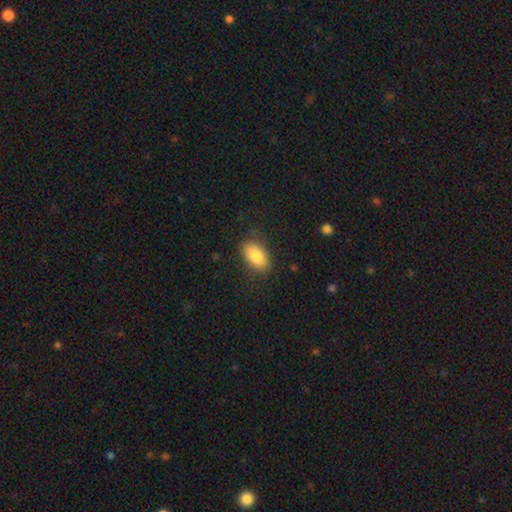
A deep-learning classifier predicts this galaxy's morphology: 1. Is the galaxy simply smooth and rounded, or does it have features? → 84% smooth, 9% featured or disk, 7% star or artifact.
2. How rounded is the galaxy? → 92% in between, 5% round, 3% cigar-shaped.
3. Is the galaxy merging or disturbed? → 84% none, 12% minor disturbance, 3% major disturbance, 1% merger.